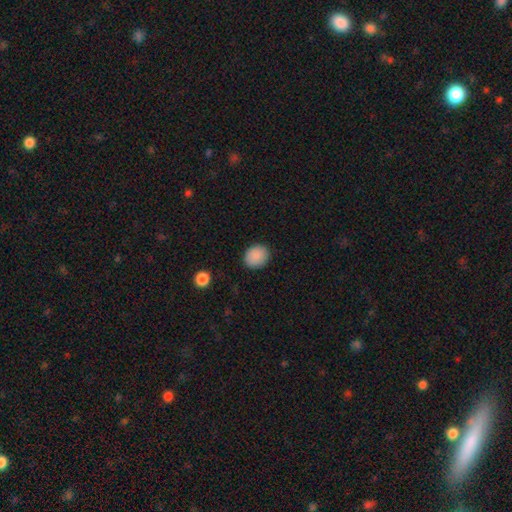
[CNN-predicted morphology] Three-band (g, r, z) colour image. It shows a smooth galaxy with no disk features (88%) that is round (68%). Merging: none (88%).